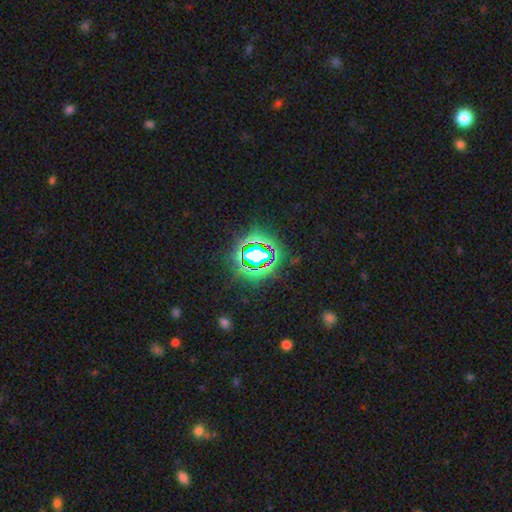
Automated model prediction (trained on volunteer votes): A star or artifact, not a galaxy (74%).

Vote fractions:
- Smooth or featured? star or artifact: 74% / smooth: 15% / featured or disk: 12%